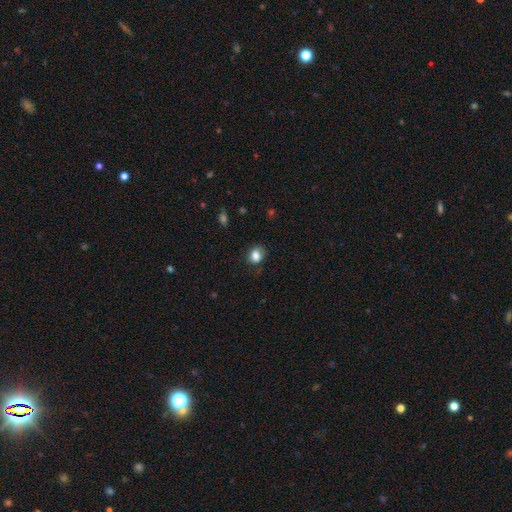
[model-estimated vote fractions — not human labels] The model was most divided on "how rounded": round: 56%, in between: 44%, cigar-shaped: 1%. More confident: smooth or featured — smooth (83%); merging — none (75%).